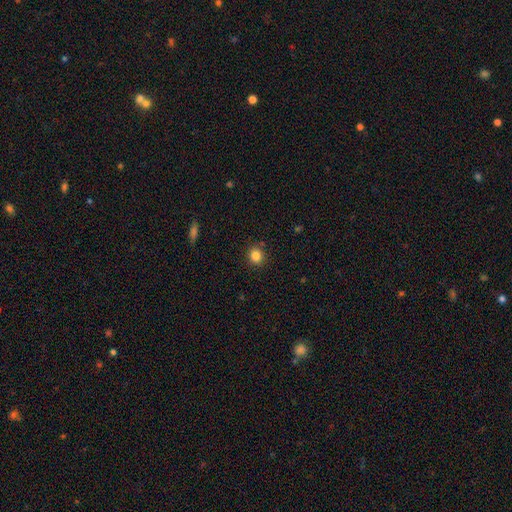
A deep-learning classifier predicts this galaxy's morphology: smooth-or-featured: smooth: 84% | star or artifact: 11% | featured or disk: 5%
  how-rounded: round: 82% | in between: 17% | cigar-shaped: 1%
  merging: none: 88% | minor disturbance: 8% | major disturbance: 2% | merger: 2%